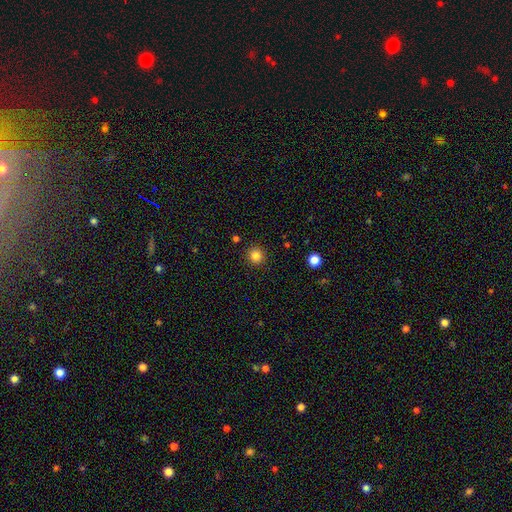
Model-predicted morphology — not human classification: Smooth or featured? Predicted: smooth (p=0.83). How rounded? Predicted: round (p=0.93). Merging? Predicted: none (p=0.91).